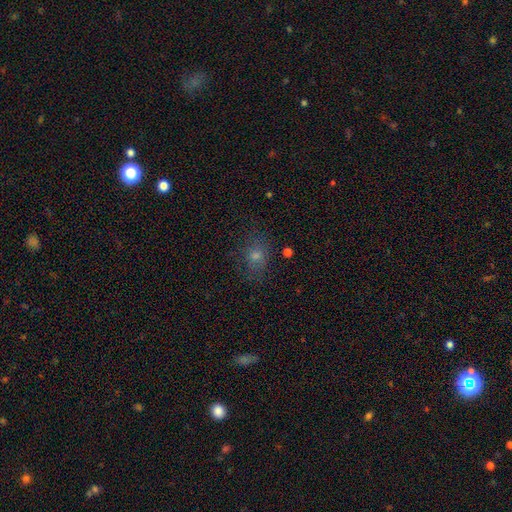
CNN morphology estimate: Q: Smooth or featured?
A: smooth (59%); runner-up: star or artifact (26%)
Q: How rounded?
A: round (54%); runner-up: in between (44%)
Q: Merging?
A: none (77%); runner-up: minor disturbance (15%)